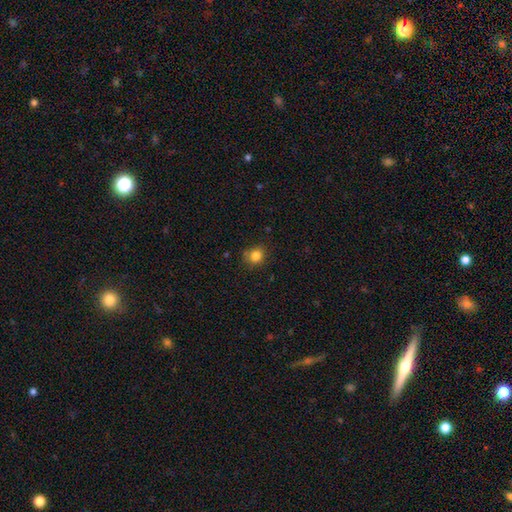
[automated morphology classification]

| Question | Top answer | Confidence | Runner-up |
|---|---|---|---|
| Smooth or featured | smooth | 83% | star or artifact (12%) |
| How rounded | round | 80% | in between (19%) |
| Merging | none | 78% | minor disturbance (16%) |